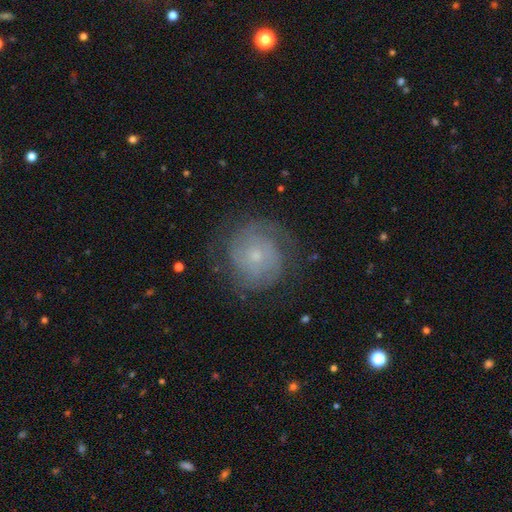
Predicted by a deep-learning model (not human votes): Smooth or featured: featured or disk — 67% (smooth — 24%)
Edge-on disk: no — 98% (yes — 2%)
Bar: no — 79% (weak — 18%)
Spiral arms: yes — 88% (no — 12%)
Spiral winding: tight — 65% (medium — 26%)
Spiral arm count: 2 — 39% (can't tell — 37%)
Bulge size: small — 75% (moderate — 19%)
Merging: none — 73% (minor disturbance — 16%)